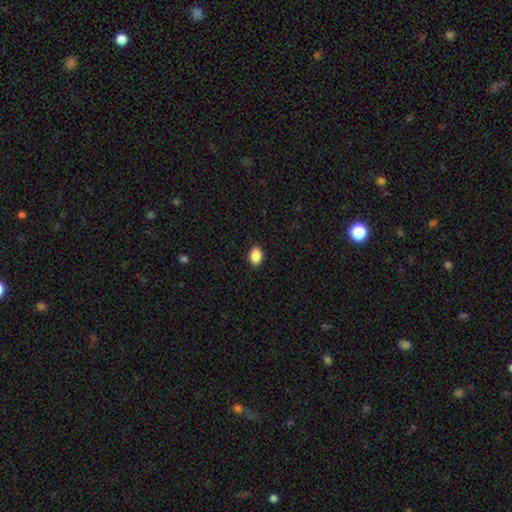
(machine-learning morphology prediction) Overall: smooth (89%). How rounded: in between (75%). Merging: none (89%).